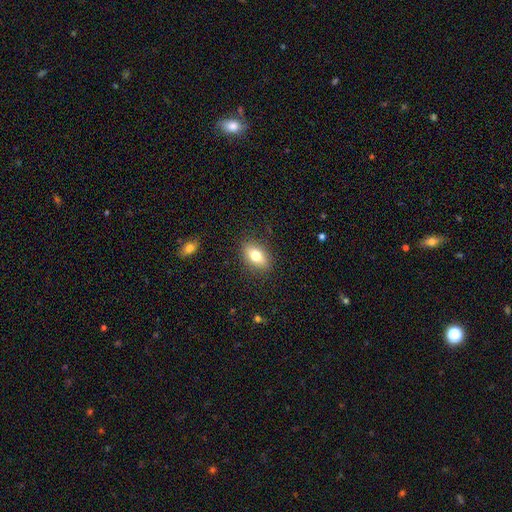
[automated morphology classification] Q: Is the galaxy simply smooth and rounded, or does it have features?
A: smooth — 74%.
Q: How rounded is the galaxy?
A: in between — 84%.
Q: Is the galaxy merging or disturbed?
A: none — 86%.